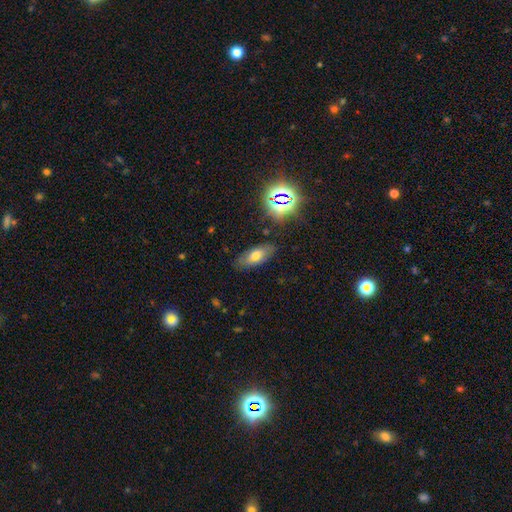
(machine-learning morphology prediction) smooth_or_featured: smooth (p=0.65) [alt: featured or disk p=0.20]
how_rounded: in between (p=0.82) [alt: cigar-shaped p=0.13]
merging: none (p=0.81) [alt: minor disturbance p=0.13]